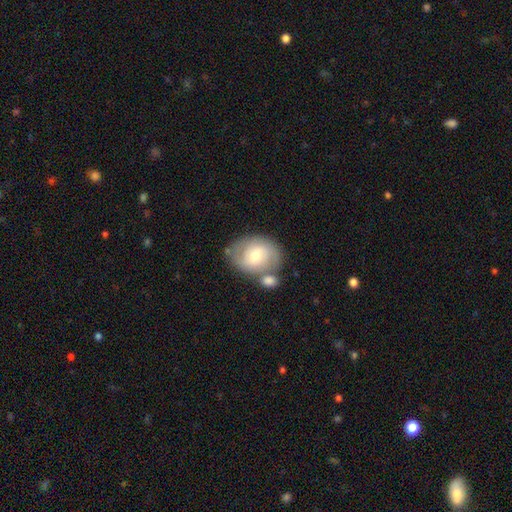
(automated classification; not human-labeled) Overall: featured or disk (55%; smooth 38%). Edge-on disk: no (96%). Bar: weak (48%; no 40%). Spiral arms: yes (74%). Bulge size: moderate (65%; small 28%). Merging: none (57%; merger 22%).